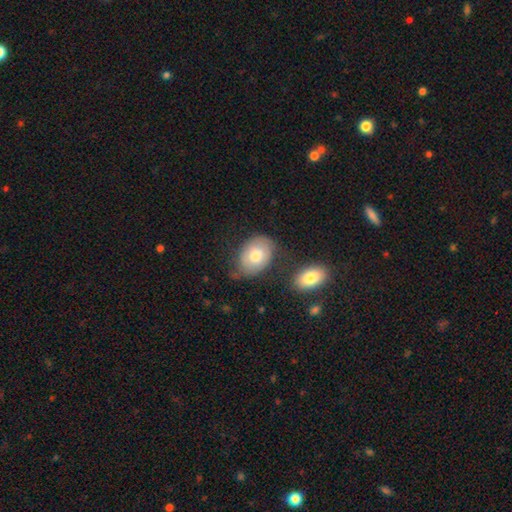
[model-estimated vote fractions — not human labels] A smooth galaxy with no disk features (69%) that is in between round and cigar-shaped (75%).

Vote fractions:
- Smooth or featured? smooth: 69% / featured or disk: 24% / star or artifact: 7%
- How rounded? in between: 75% / round: 24% / cigar-shaped: 1%
- Merging? none: 60% / minor disturbance: 22% / merger: 10% / major disturbance: 8%